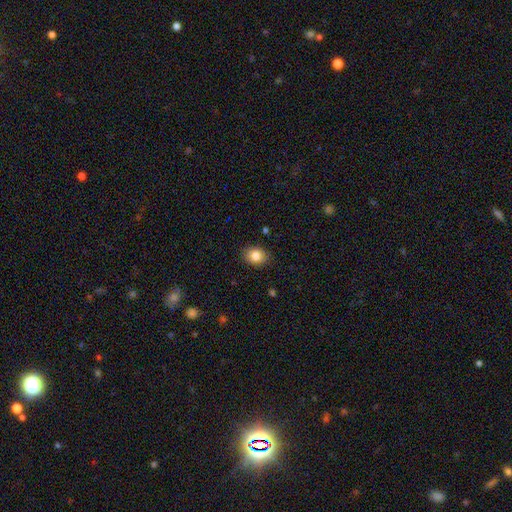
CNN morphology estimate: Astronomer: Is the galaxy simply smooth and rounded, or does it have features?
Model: smooth — 84%.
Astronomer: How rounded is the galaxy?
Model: in between — 56% (runner-up: round, 43%).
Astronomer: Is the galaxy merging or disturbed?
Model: none — 86%.